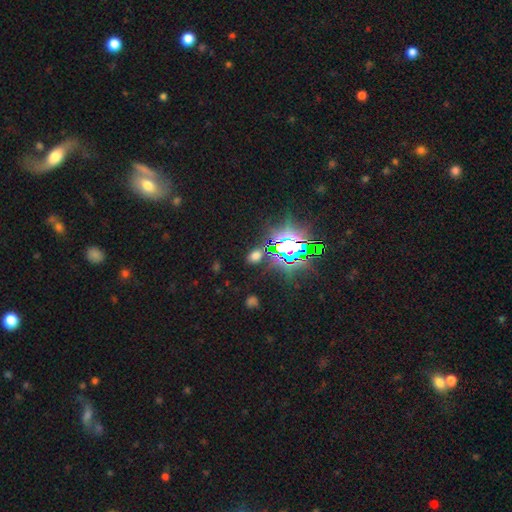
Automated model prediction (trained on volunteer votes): This appears to be a smooth galaxy with no disk features (47%). Merging: none (81%).